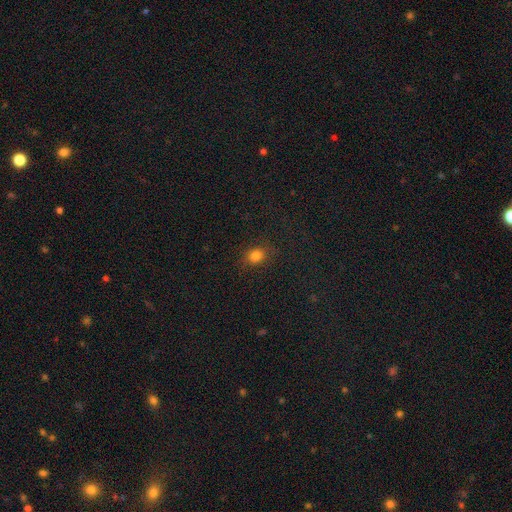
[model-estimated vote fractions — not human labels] Smooth or featured? smooth (81%)
How rounded? round (62%)
Merging? none (83%)